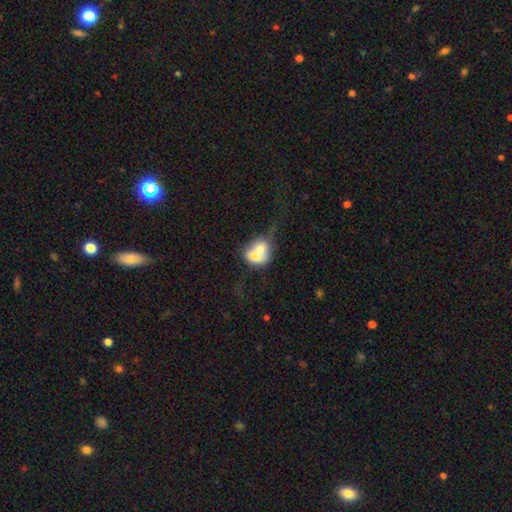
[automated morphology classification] The model was most divided on "how rounded": round: 54%, in between: 45%, cigar-shaped: 2%. More confident: merging — merger (69%); smooth or featured — smooth (62%).